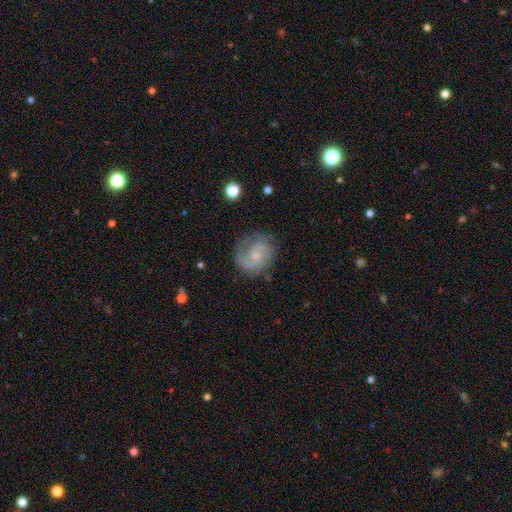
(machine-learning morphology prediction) The model was most divided on "spiral winding": medium: 45%, tight: 40%, loose: 16%. More confident: edge-on disk — no (98%); spiral arms — yes (95%); smooth or featured — featured or disk (79%); merging — none (72%); bulge size — small (65%); spiral arm count — 2 (64%); bar — no (63%).